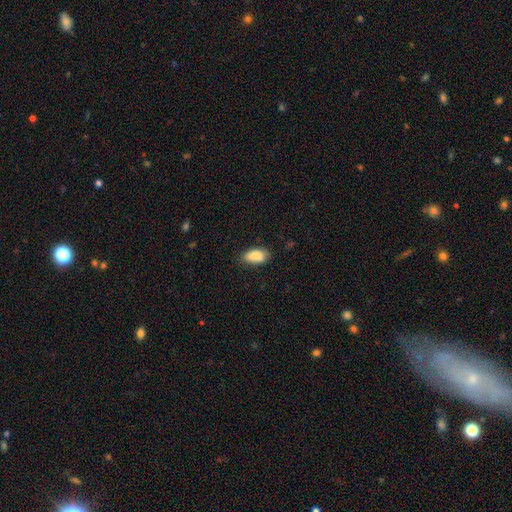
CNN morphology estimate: smooth_or_featured: smooth (p=0.86) [alt: star or artifact p=0.07]
how_rounded: in between (p=0.91) [alt: cigar-shaped p=0.05]
merging: none (p=0.74) [alt: minor disturbance p=0.21]